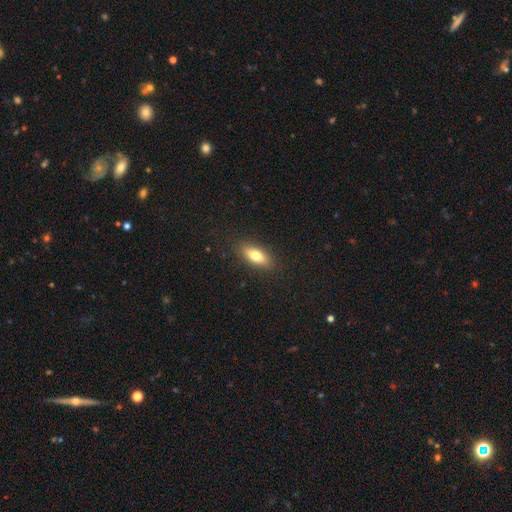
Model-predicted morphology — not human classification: Smooth or featured: smooth — 73% (featured or disk — 20%)
How rounded: in between — 72% (cigar-shaped — 25%)
Merging: none — 87% (minor disturbance — 9%)